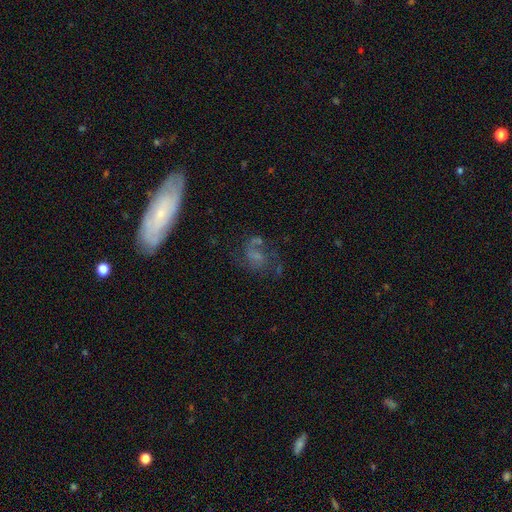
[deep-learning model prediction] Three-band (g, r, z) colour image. It shows a featured or disk galaxy (60%) with no bar (61%), spiral arms (80%) and a small central bulge (40%). Merging: none (49%).